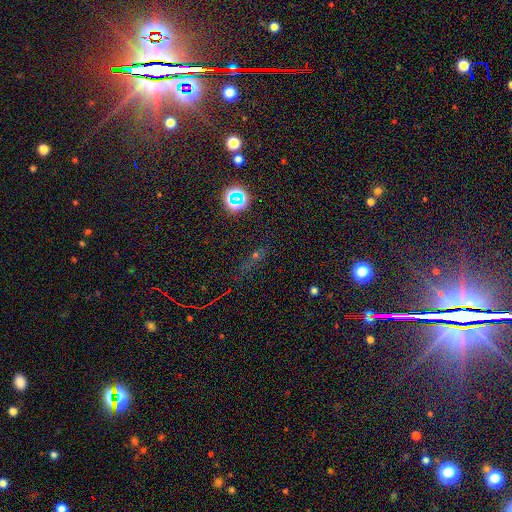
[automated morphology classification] This appears to be a star or artifact, not a galaxy (58%).